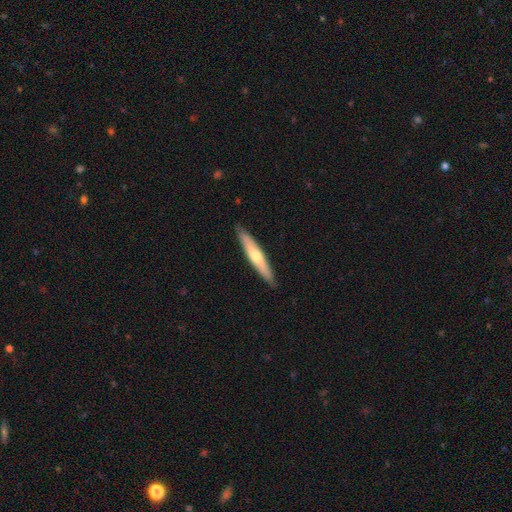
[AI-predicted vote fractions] Smooth or featured: smooth — 49% (featured or disk — 46%)
Merging: none — 88% (minor disturbance — 9%)